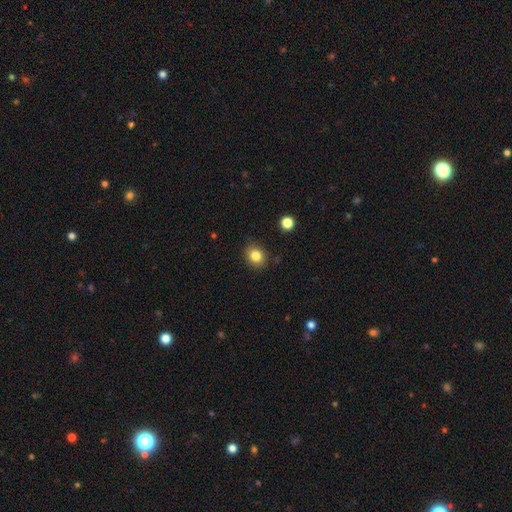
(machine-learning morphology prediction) This appears to be a smooth galaxy with no disk features (83%) that is round (62%). Merging: none (86%).